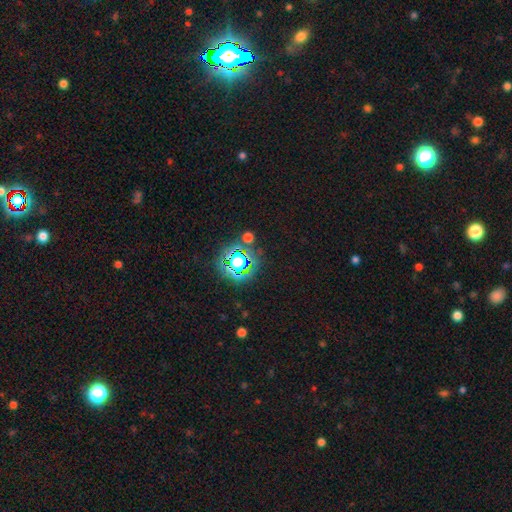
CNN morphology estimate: A star or artifact, not a galaxy (80%).